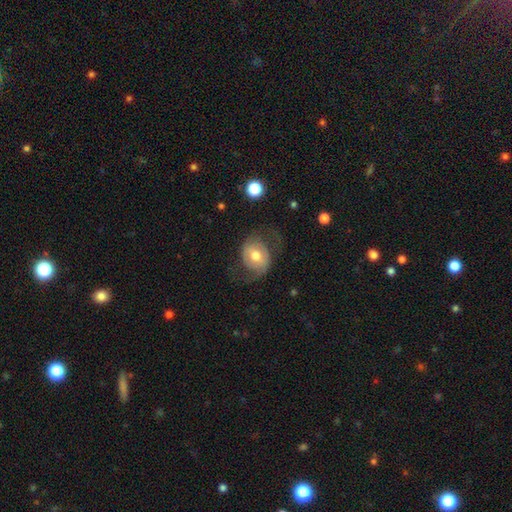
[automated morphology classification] Overall: featured or disk (66%; smooth 27%). Edge-on disk: no (97%). Bar: no (55%; weak 35%). Spiral arms: yes (86%). Spiral arm count: 2 (89%). Spiral winding: loose (46%; medium 41%). Bulge size: moderate (72%). Merging: none (60%; major disturbance 20%).